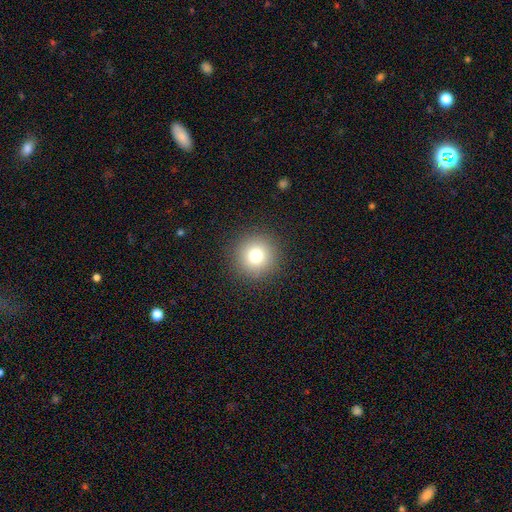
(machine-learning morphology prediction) Smooth or featured? smooth (78%)
How rounded? round (95%)
Merging? none (91%)